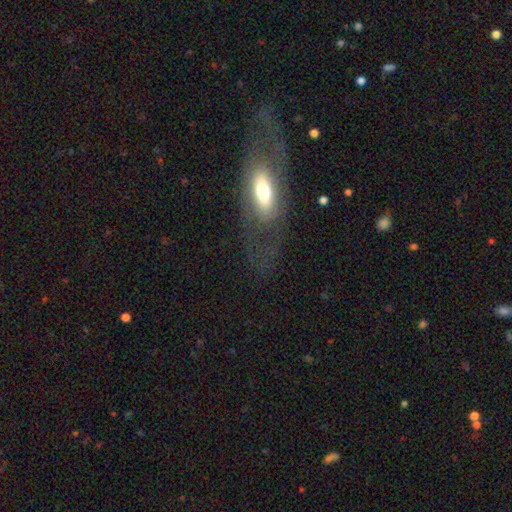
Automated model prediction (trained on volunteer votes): A featured or disk galaxy (60%).

Vote fractions:
- Smooth or featured? featured or disk: 60% / smooth: 30% / star or artifact: 10%
- Edge-on disk? no: 72% / yes: 28%
- Merging? none: 73% / minor disturbance: 14% / major disturbance: 12% / merger: 2%